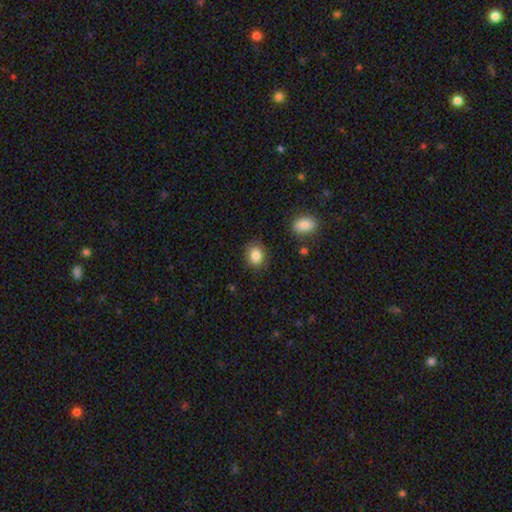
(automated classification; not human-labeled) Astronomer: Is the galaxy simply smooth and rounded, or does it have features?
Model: smooth — 86%.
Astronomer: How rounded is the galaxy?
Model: round — 53% (runner-up: in between, 46%).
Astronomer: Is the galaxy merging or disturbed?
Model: none — 82%.